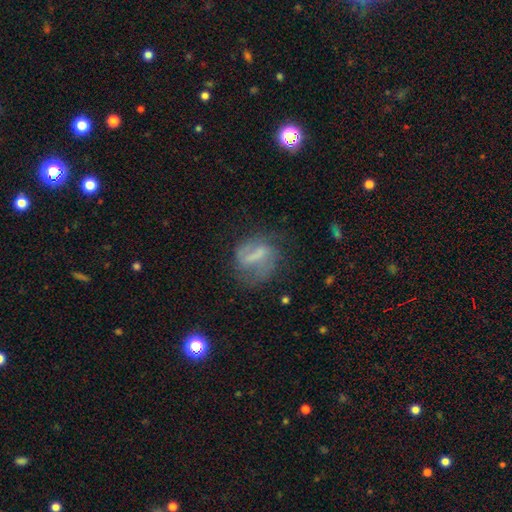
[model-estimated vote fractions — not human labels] smooth_or_featured: featured or disk (p=0.52) [alt: smooth p=0.36]
disk_edge_on: no (p=0.94) [alt: yes p=0.06]
merging: none (p=0.47) [alt: major disturbance p=0.25]